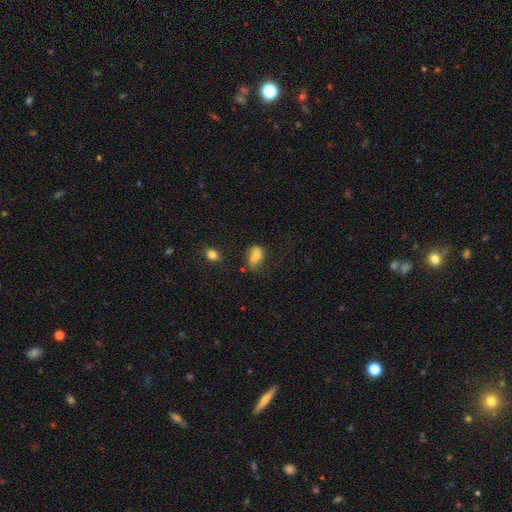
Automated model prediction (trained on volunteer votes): smooth 76%, featured or disk 13%, star or artifact 11%. Down the decision tree: how rounded — in between (84%); merging — none (39%).